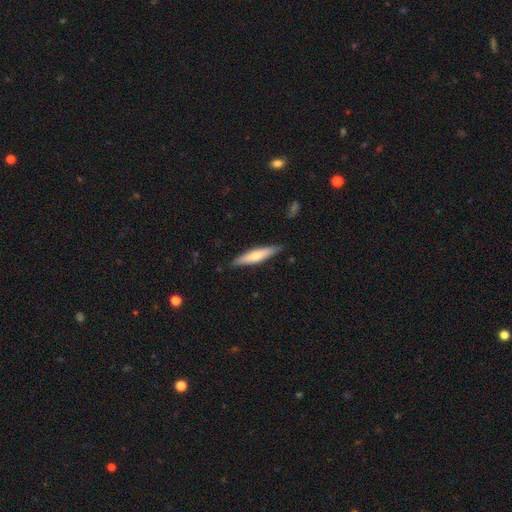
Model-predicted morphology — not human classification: Q: Smooth or featured?
A: smooth (55%); runner-up: featured or disk (39%)
Q: How rounded?
A: cigar-shaped (82%); runner-up: in between (17%)
Q: Merging?
A: none (86%); runner-up: minor disturbance (11%)